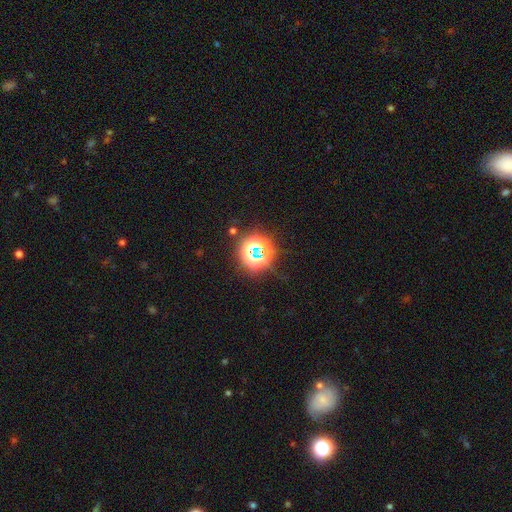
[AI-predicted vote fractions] A star or artifact, not a galaxy (69%).

Vote fractions:
- Smooth or featured? star or artifact: 69% / smooth: 22% / featured or disk: 10%